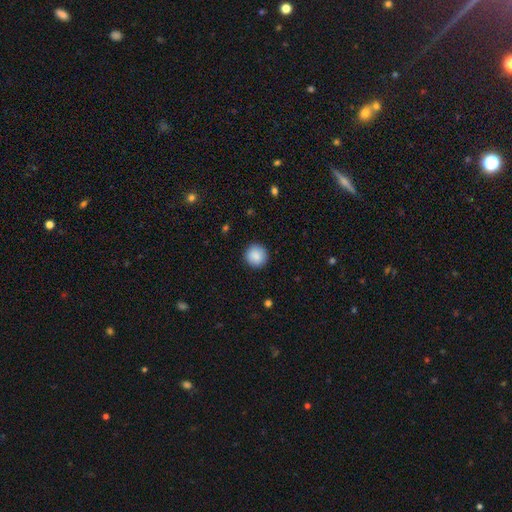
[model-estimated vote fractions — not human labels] The model was most divided on "smooth or featured": smooth: 88%, star or artifact: 8%, featured or disk: 4%. More confident: how rounded — round (95%); merging — none (92%).